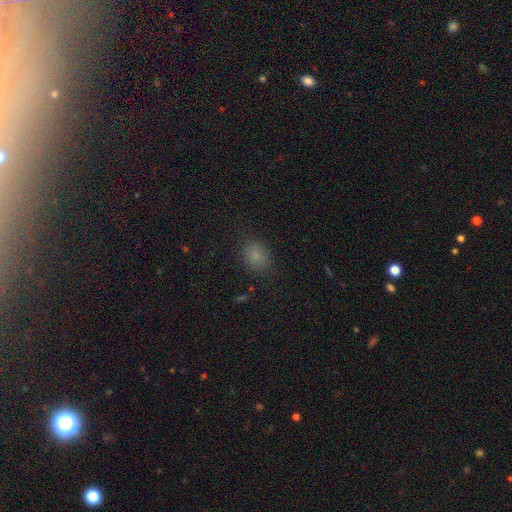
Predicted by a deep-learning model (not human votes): Smooth or featured? smooth (77%)
How rounded? in between (55%)
Merging? none (82%)